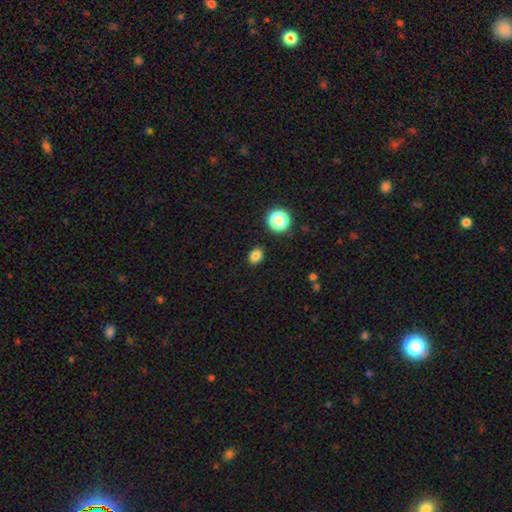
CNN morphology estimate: A smooth galaxy with no disk features (82%) that is in between round and cigar-shaped (55%). Merging: none (89%).